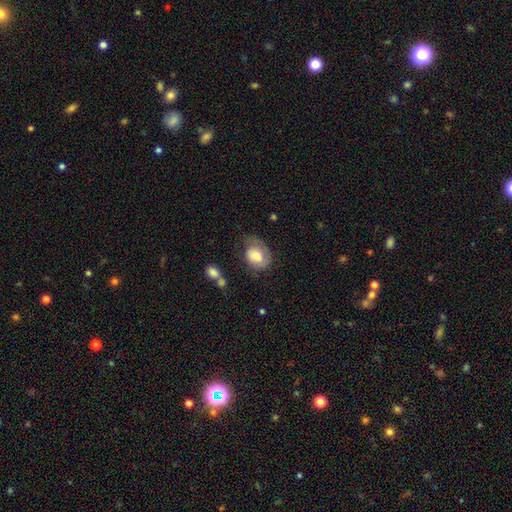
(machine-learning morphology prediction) Overall: smooth (57%; featured or disk 36%). How rounded: in between (67%; round 32%). Merging: none (40%; minor disturbance 31%).